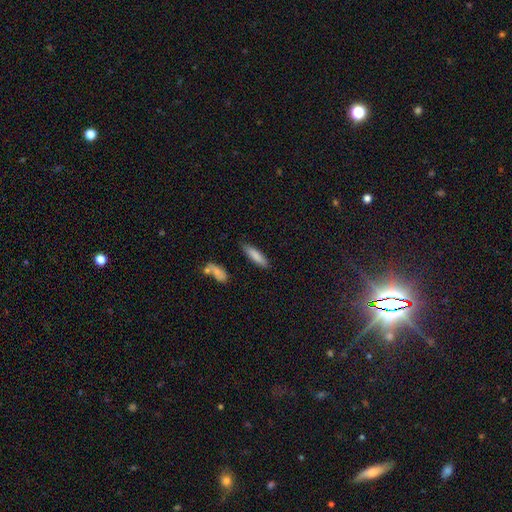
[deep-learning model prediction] Smooth or featured? Predicted: smooth (p=0.84). How rounded? Predicted: cigar-shaped (p=0.68). Merging? Predicted: none (p=0.84).